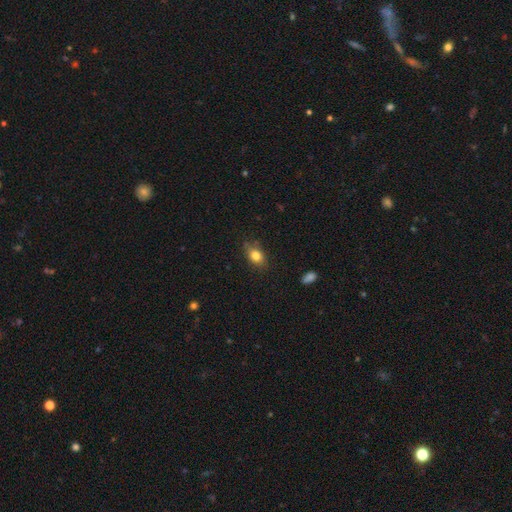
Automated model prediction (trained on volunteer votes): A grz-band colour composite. It shows a smooth galaxy with no disk features (81%) that is in between round and cigar-shaped (70%). Merging: none (77%).